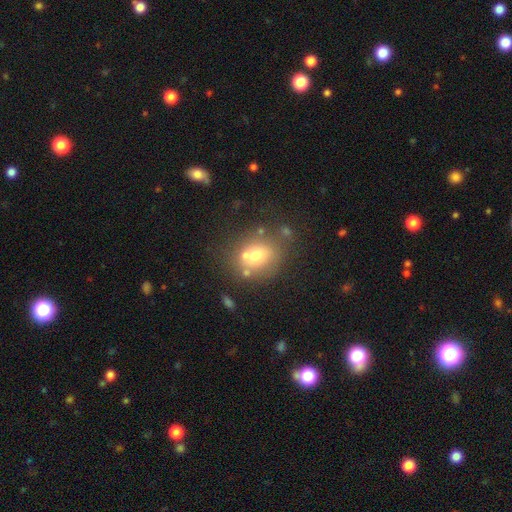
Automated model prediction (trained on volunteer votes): smooth 65%, featured or disk 20%, star or artifact 15%. Down the decision tree: how rounded — round (65%); merging — none (62%).